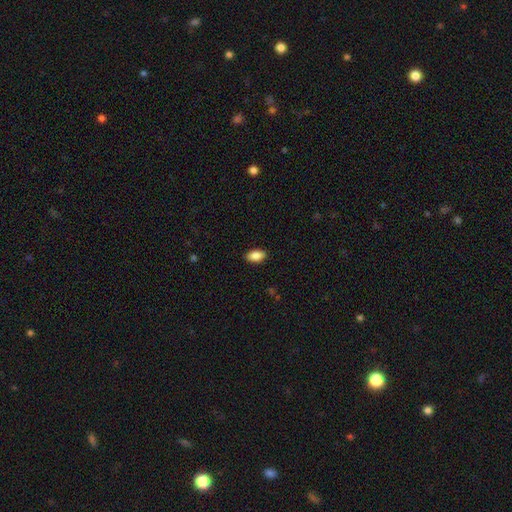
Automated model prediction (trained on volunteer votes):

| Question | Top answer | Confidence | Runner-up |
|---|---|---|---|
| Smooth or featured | smooth | 86% | star or artifact (7%) |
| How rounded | in between | 92% | round (5%) |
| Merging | none | 89% | minor disturbance (8%) |